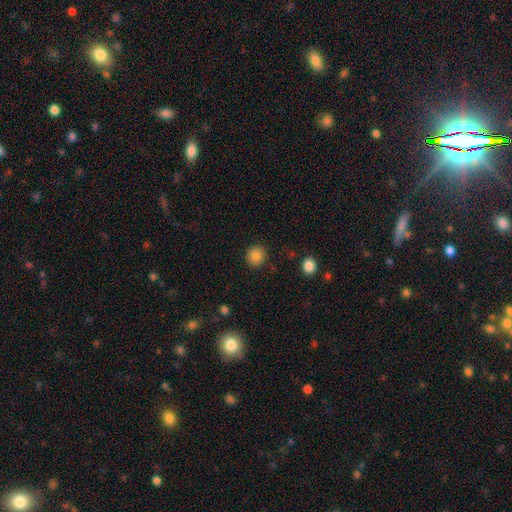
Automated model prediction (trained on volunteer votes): This is clearly a smooth galaxy (85%). How rounded: clearly round (86%). Merging: clearly none (89%).